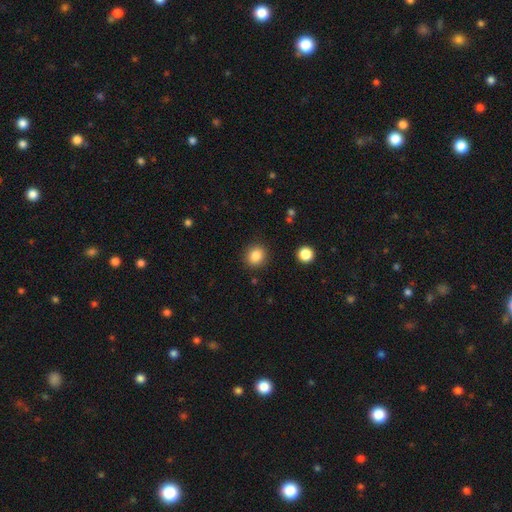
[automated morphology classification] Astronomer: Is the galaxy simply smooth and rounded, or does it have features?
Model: smooth — 85%.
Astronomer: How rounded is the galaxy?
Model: round — 81%.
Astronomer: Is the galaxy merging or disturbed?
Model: none — 89%.